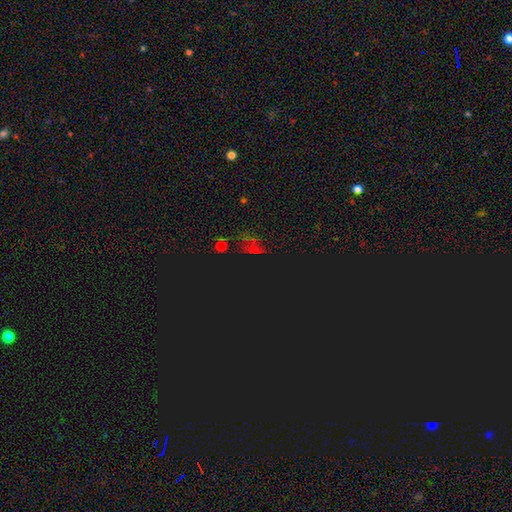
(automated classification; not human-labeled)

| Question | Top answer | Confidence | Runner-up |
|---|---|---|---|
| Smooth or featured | star or artifact | 76% | smooth (15%) |